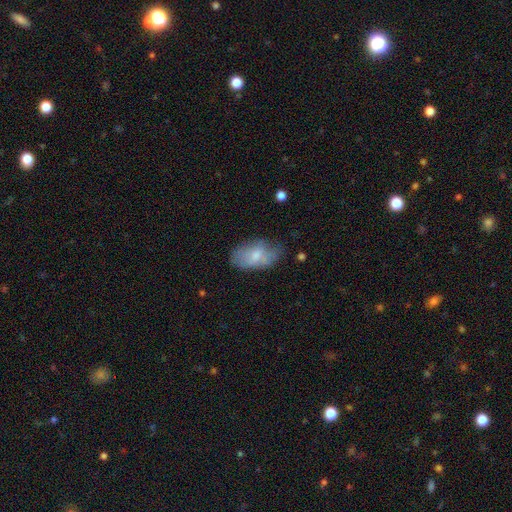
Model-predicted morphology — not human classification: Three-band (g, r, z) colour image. It shows a smooth galaxy with no disk features (69%) that is in between round and cigar-shaped (93%). Merging: none (55%).